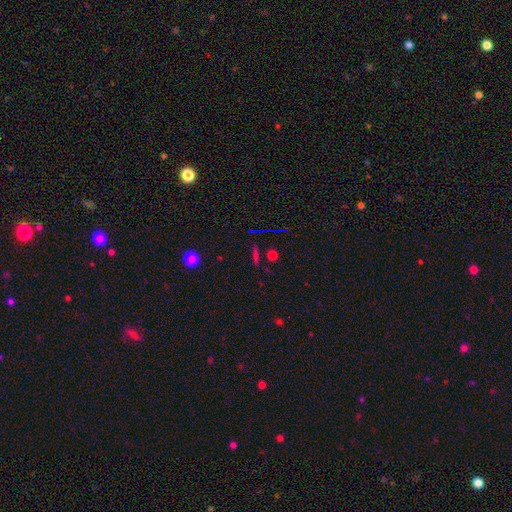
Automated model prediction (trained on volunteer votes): smooth-or-featured: smooth: 40% (tied) | star or artifact: 40% (tied) | featured or disk: 20%
  merging: none: 87% | minor disturbance: 7% | merger: 3% | major disturbance: 3%